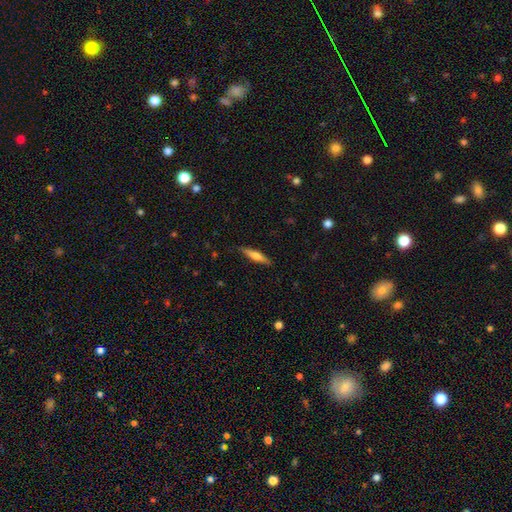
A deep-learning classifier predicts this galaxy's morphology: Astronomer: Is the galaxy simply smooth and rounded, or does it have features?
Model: smooth — 52% (runner-up: featured or disk, 42%).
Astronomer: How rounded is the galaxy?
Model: cigar-shaped — 83%.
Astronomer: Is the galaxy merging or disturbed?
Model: none — 87%.